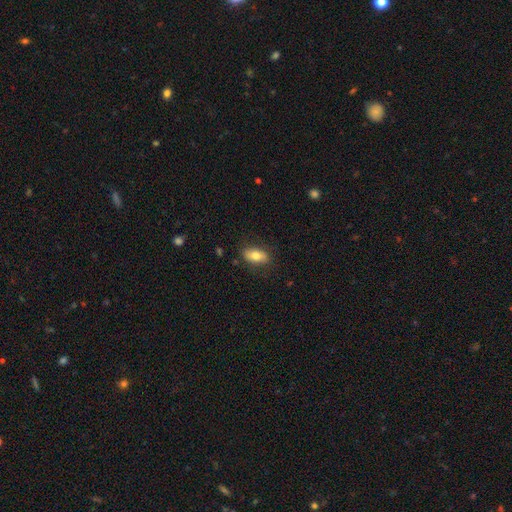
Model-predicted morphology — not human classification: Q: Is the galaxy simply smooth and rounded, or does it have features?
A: smooth — 73%.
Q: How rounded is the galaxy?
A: in between — 86%.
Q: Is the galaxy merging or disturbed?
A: none — 82%.